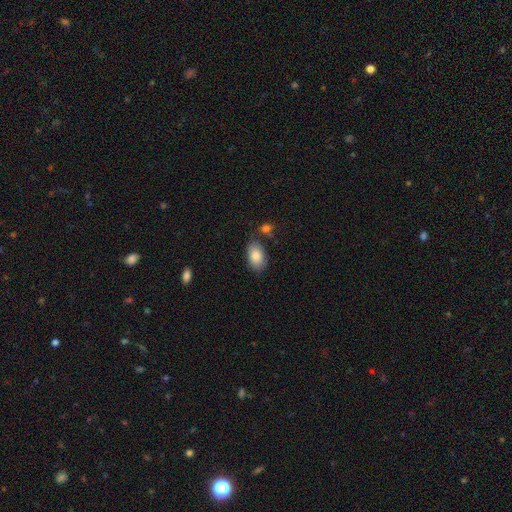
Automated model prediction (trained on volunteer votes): smooth 86%, featured or disk 8%, star or artifact 7%. Down the decision tree: how rounded — in between (91%); merging — none (76%).